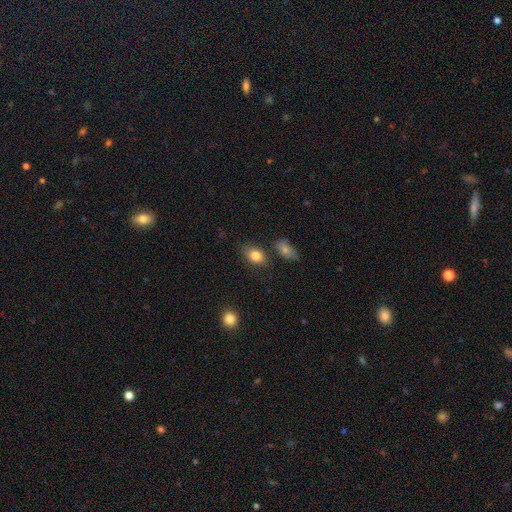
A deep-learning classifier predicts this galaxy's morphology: This is clearly a smooth galaxy (83%). How rounded: likely in between (79%). Merging: likely none (77%).